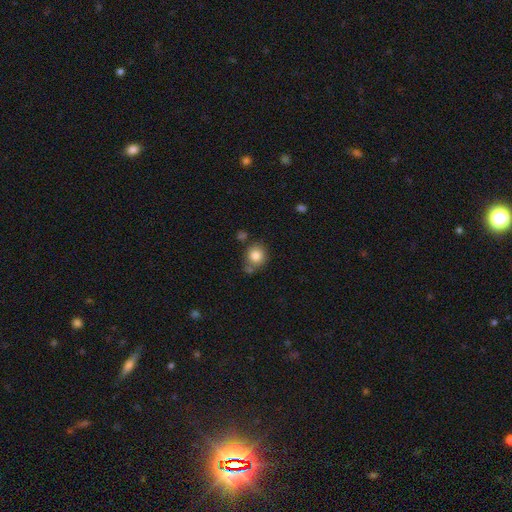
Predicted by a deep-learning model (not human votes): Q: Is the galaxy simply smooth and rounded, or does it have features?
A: smooth — 83%.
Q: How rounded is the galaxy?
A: round — 82%.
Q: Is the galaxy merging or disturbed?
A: none — 67%.